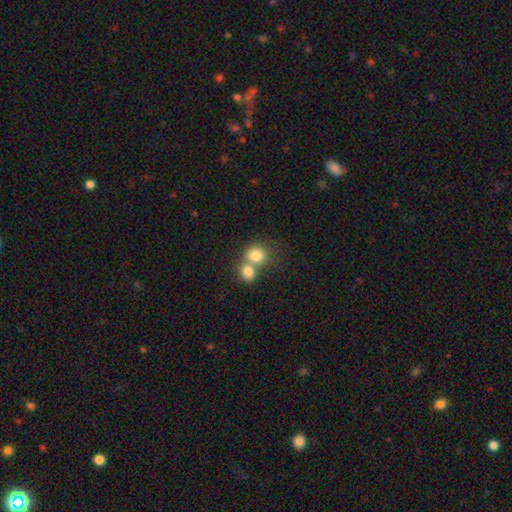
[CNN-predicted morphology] Smooth or featured?
  - smooth: 80% *
  - featured or disk: 10%
  - star or artifact: 10%
How rounded?
  - round: 75% *
  - in between: 24%
  - cigar-shaped: 1%
Merging?
  - merger: 57% *
  - none: 34%
  - minor disturbance: 6%
  - major disturbance: 3%